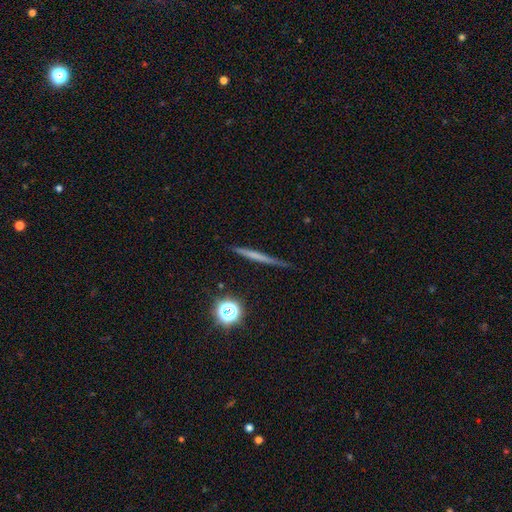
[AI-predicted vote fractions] Smooth or featured: smooth — 46% (featured or disk — 42%)
Merging: none — 86% (minor disturbance — 11%)